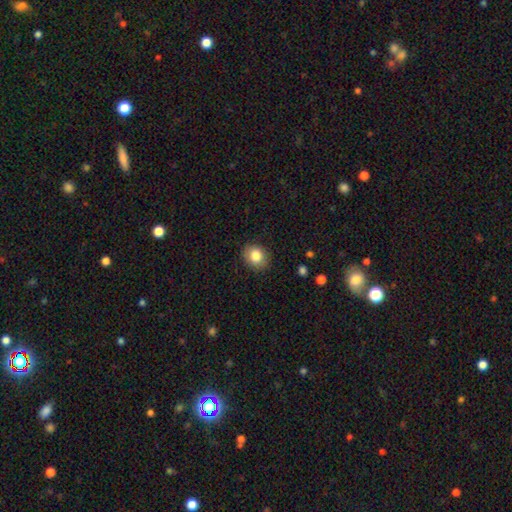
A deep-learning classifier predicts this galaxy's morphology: The model was most divided on "how rounded": round: 69%, in between: 30%, cigar-shaped: 1%. More confident: merging — none (88%); smooth or featured — smooth (83%).